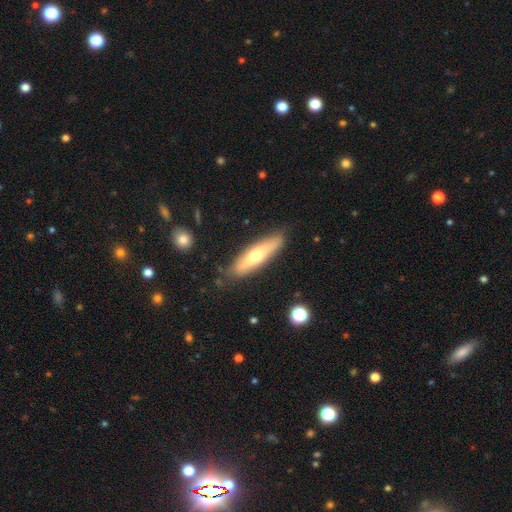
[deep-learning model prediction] The model was most divided on "smooth or featured": smooth: 49%, featured or disk: 45%, star or artifact: 6%. More confident: merging — none (82%).